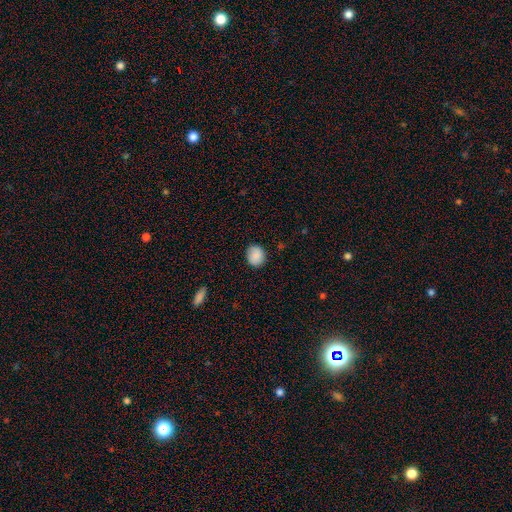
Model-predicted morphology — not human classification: type=smooth (88%); roundness=round (73%); merging=none (87%).